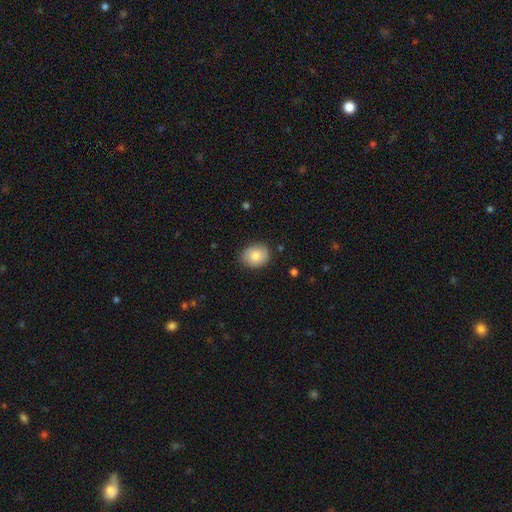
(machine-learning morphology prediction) A smooth galaxy with no disk features (82%) that is round (53%). Merging: none (83%).